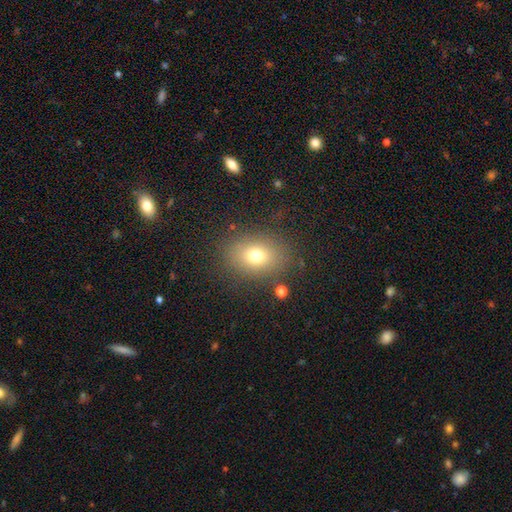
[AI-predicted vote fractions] A smooth galaxy with no disk features (73%) that is in between round and cigar-shaped (63%).

Vote fractions:
- Smooth or featured? smooth: 73% / star or artifact: 14% / featured or disk: 13%
- How rounded? in between: 63% / round: 36% / cigar-shaped: 1%
- Merging? none: 82% / minor disturbance: 11% / major disturbance: 5% / merger: 2%